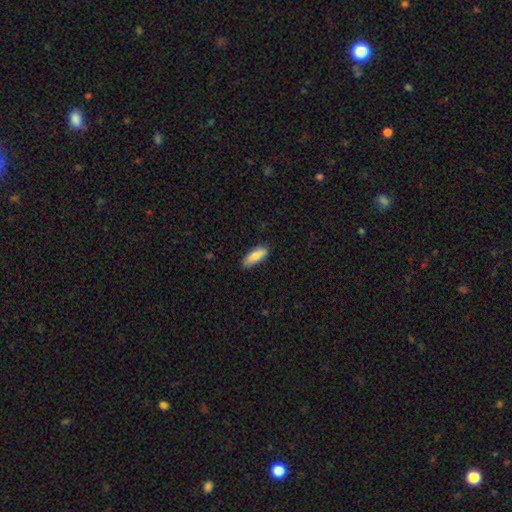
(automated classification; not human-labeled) smooth-or-featured: smooth: 83% | featured or disk: 11% | star or artifact: 6%
  how-rounded: in between: 69% | cigar-shaped: 29% | round: 2%
  merging: none: 82% | minor disturbance: 15% | major disturbance: 2% | merger: 1%